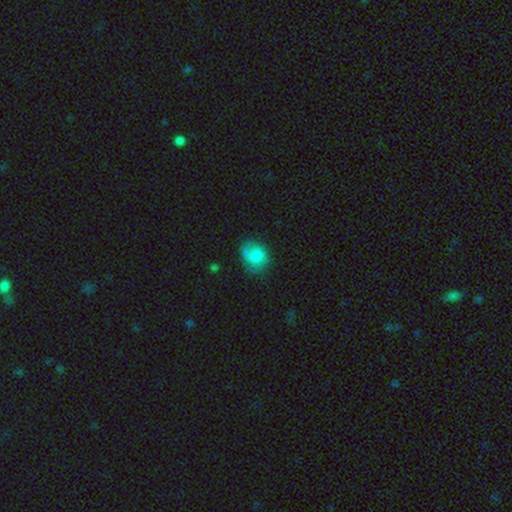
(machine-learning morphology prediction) The model was most divided on "smooth or featured": smooth: 54%, featured or disk: 37%, star or artifact: 8%. More confident: merging — none (63%); how rounded — round (58%).